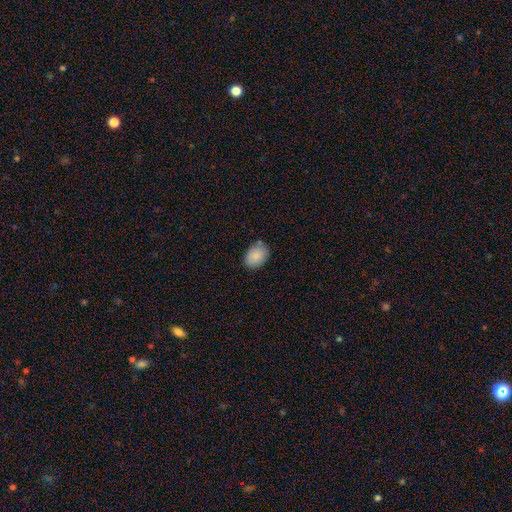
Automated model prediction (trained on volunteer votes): Overall: smooth (88%). How rounded: in between (75%). Merging: none (81%).